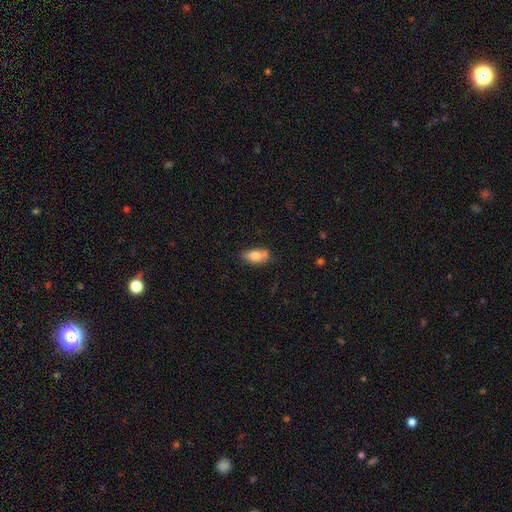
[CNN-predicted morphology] smooth_or_featured: smooth (p=0.73) [alt: featured or disk p=0.19]
how_rounded: in between (p=0.86) [alt: round p=0.08]
merging: none (p=0.55) [alt: minor disturbance p=0.21]